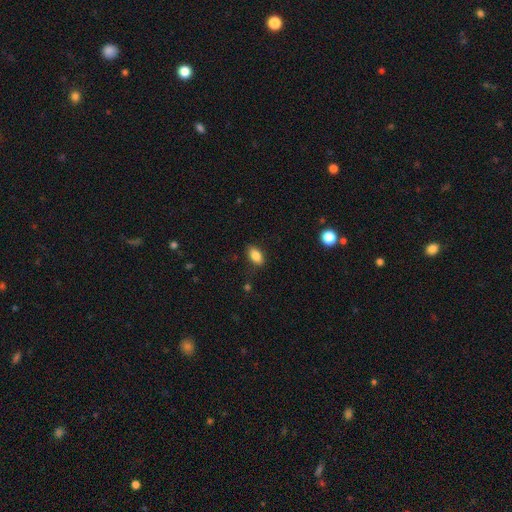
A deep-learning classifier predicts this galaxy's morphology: smooth_or_featured: smooth (p=0.85) [alt: star or artifact p=0.08]
how_rounded: in between (p=0.90) [alt: round p=0.06]
merging: none (p=0.83) [alt: minor disturbance p=0.12]